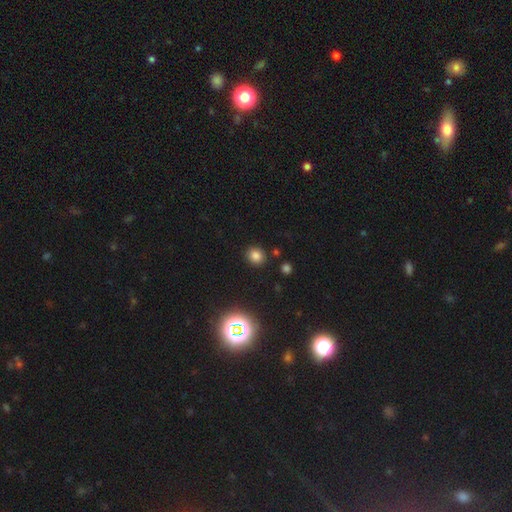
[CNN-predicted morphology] Smooth or featured? Predicted: smooth (p=0.77). How rounded? Predicted: round (p=0.78). Merging? Predicted: none (p=0.87).